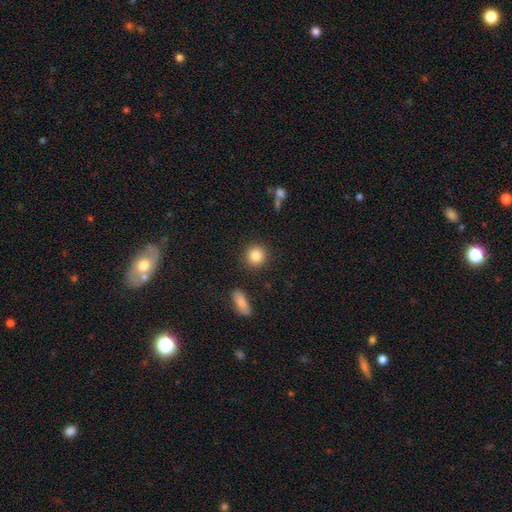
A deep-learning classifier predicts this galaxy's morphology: smooth-or-featured: smooth: 84% | star or artifact: 9% | featured or disk: 7%
  how-rounded: round: 90% | in between: 9% | cigar-shaped: 1%
  merging: none: 89% | minor disturbance: 6% | merger: 2% | major disturbance: 2%